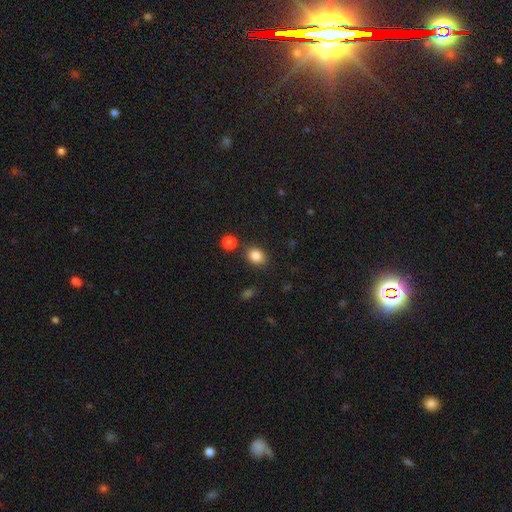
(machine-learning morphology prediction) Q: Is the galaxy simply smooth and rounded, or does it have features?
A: smooth — 85%.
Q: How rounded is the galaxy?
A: round — 50%.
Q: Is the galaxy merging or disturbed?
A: none — 79%.